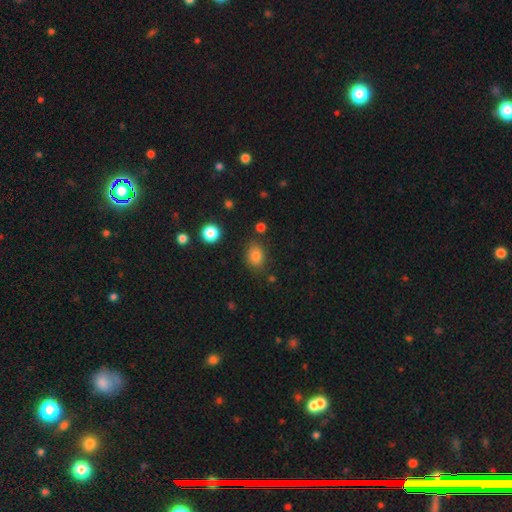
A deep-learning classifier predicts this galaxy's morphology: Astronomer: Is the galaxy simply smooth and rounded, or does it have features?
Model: smooth — 83%.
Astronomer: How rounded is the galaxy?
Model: in between — 62%.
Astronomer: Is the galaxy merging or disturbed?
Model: none — 78%.